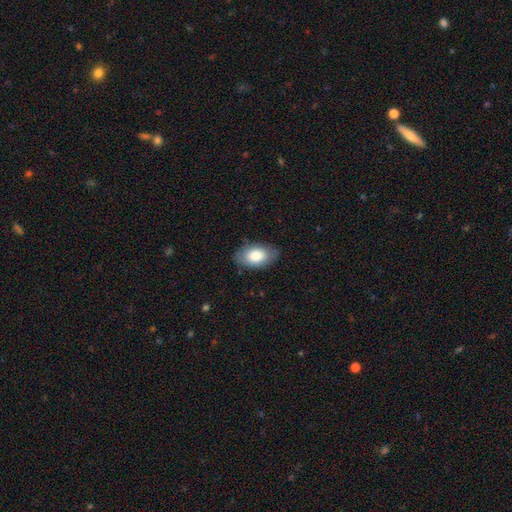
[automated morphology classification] Smooth or featured? smooth (80%)
How rounded? in between (93%)
Merging? none (81%)